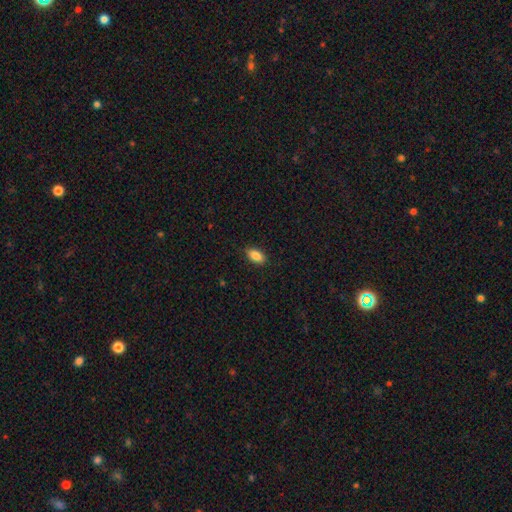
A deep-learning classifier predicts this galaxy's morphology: smooth 87%, star or artifact 8%, featured or disk 6%. Down the decision tree: how rounded — in between (91%); merging — none (86%).